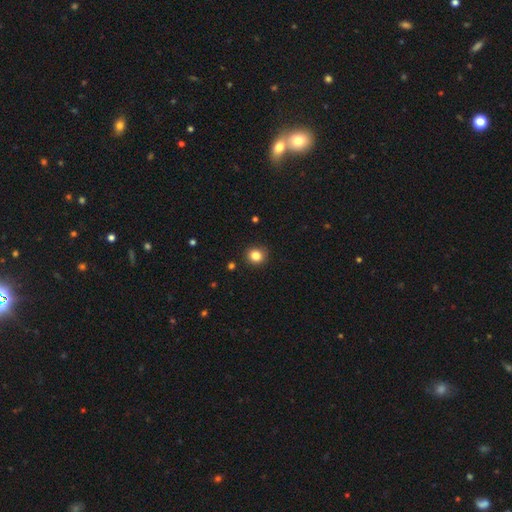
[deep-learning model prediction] smooth_or_featured: smooth (p=0.84) [alt: star or artifact p=0.11]
how_rounded: round (p=0.87) [alt: in between p=0.13]
merging: none (p=0.90) [alt: minor disturbance p=0.07]